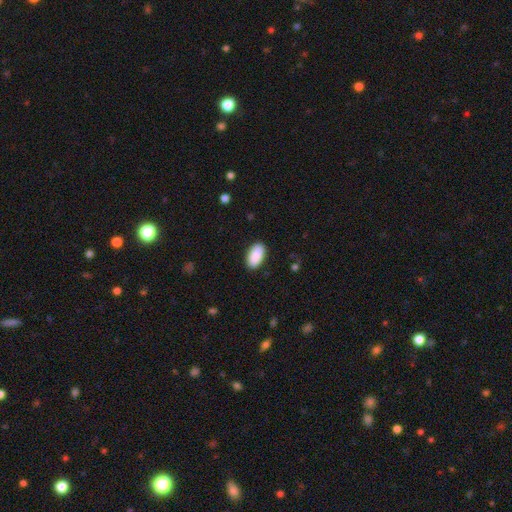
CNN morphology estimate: A smooth galaxy with no disk features (91%) that is in between round and cigar-shaped (95%).

Vote fractions:
- Smooth or featured? smooth: 91% / star or artifact: 6% / featured or disk: 3%
- How rounded? in between: 95% / cigar-shaped: 3% / round: 2%
- Merging? none: 89% / minor disturbance: 8% / major disturbance: 2% / merger: 1%